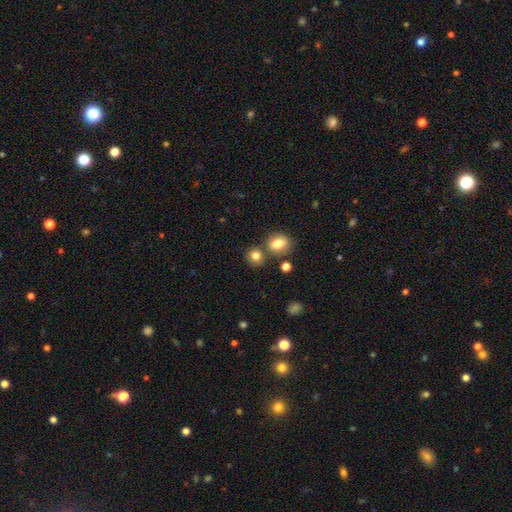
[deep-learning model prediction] Smooth or featured? Predicted: smooth (p=0.81). How rounded? Predicted: round (p=0.75). Merging? Predicted: none (p=0.65).